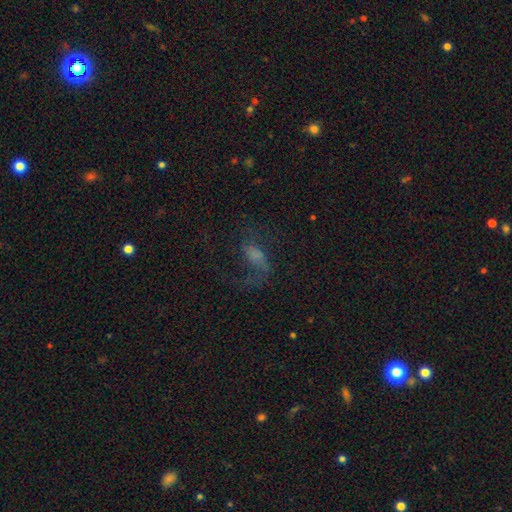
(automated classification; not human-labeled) Smooth or featured?
  - featured or disk: 58% *
  - smooth: 25%
  - star or artifact: 16%
Edge-on disk?
  - no: 94% *
  - yes: 6%
Bar?
  - no: 44% *
  - weak: 39%
  - strong: 17%
Spiral arms?
  - yes: 81% *
  - no: 19%
Bulge size?
  - none: 42% *
  - small: 22%
  - moderate: 21%
  - large: 12%
  - dominant: 3%
Merging?
  - none: 49% *
  - major disturbance: 32%
  - minor disturbance: 16%
  - merger: 3%